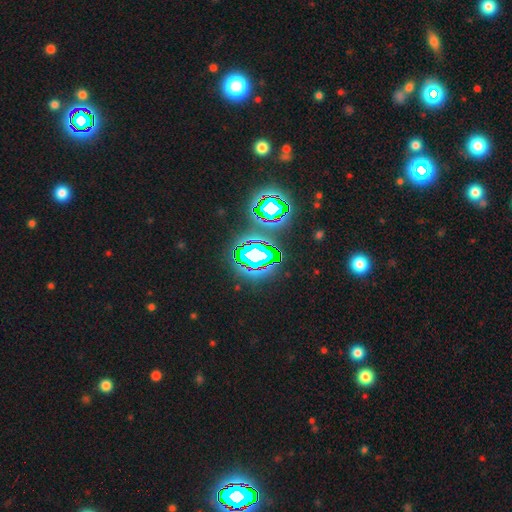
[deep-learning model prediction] smooth_or_featured: star or artifact (p=0.81) [alt: smooth p=0.12]